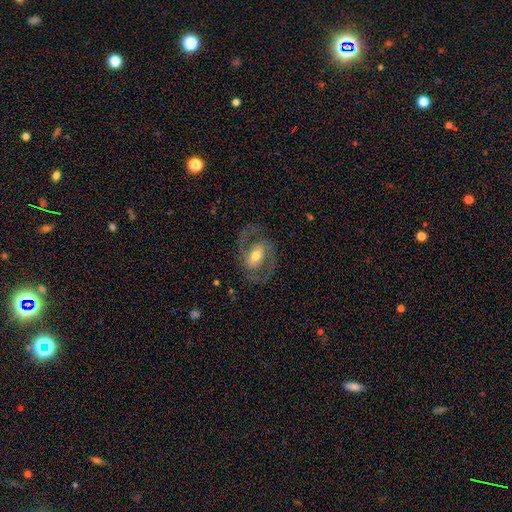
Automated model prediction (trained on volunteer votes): A featured or disk galaxy (84%) with a weak bar (41%), 2 (91%) medium (58%) spiral arms (90%) and a moderate central bulge (66%). Merging: none (80%).